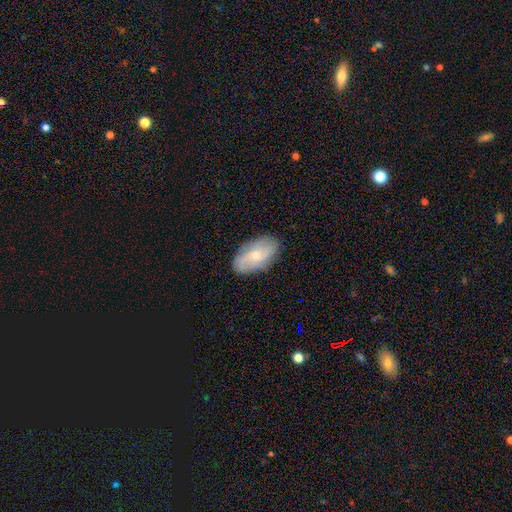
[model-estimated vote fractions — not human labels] Smooth or featured: featured or disk — 53% (smooth — 40%)
Edge-on disk: no — 94% (yes — 6%)
Merging: none — 81% (minor disturbance — 14%)